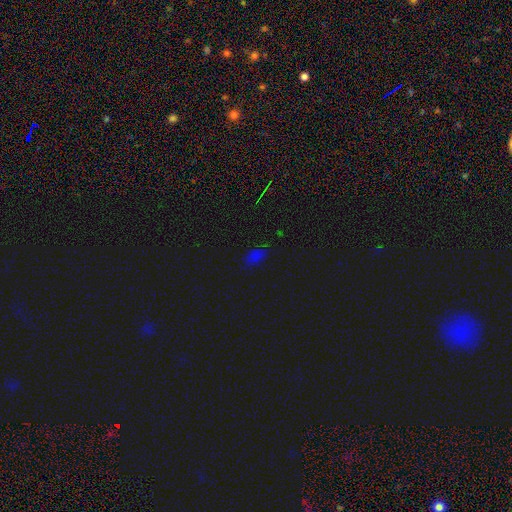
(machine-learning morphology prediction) type=smooth (63%); roundness=in between (84%); merging=none (72%).